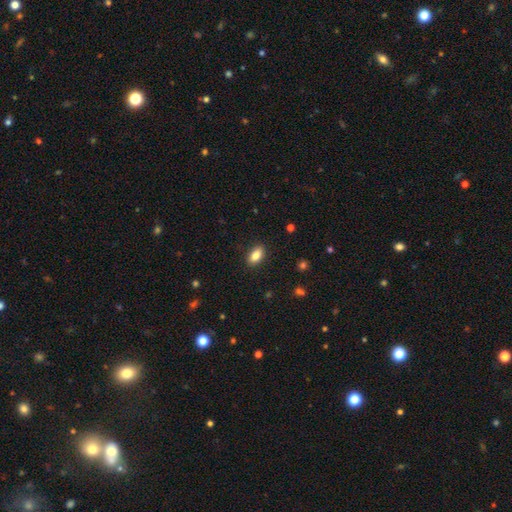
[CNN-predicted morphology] Overall: smooth (84%). How rounded: in between (89%). Merging: none (88%).